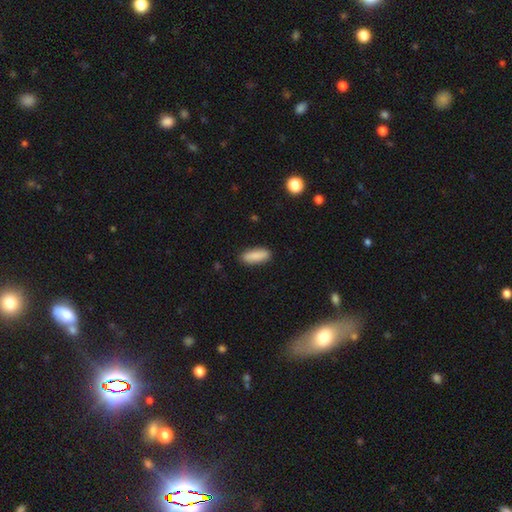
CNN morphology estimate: Overall: smooth (89%). How rounded: in between (66%; cigar-shaped 32%). Merging: none (88%).